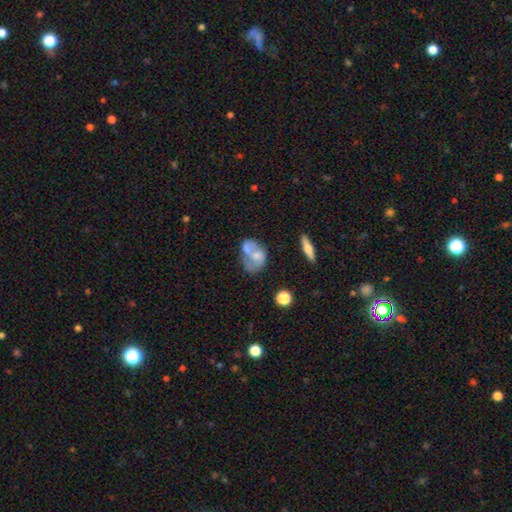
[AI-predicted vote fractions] A smooth galaxy with no disk features (48%). Merging: merger (33%).